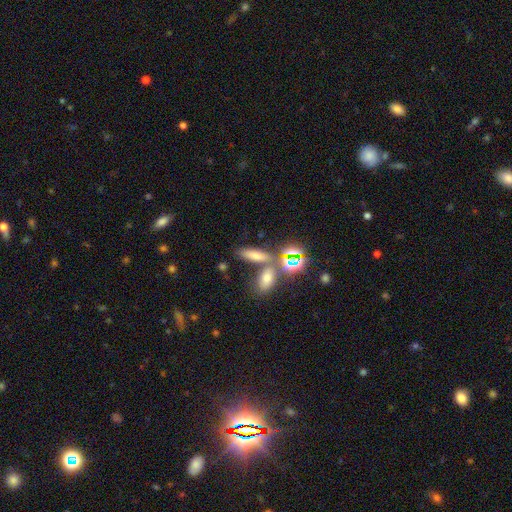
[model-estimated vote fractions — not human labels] Smooth or featured?
  - smooth: 63% *
  - star or artifact: 23%
  - featured or disk: 14%
How rounded?
  - in between: 52% *
  - cigar-shaped: 39%
  - round: 9%
Merging?
  - none: 57% *
  - merger: 28%
  - minor disturbance: 10%
  - major disturbance: 5%